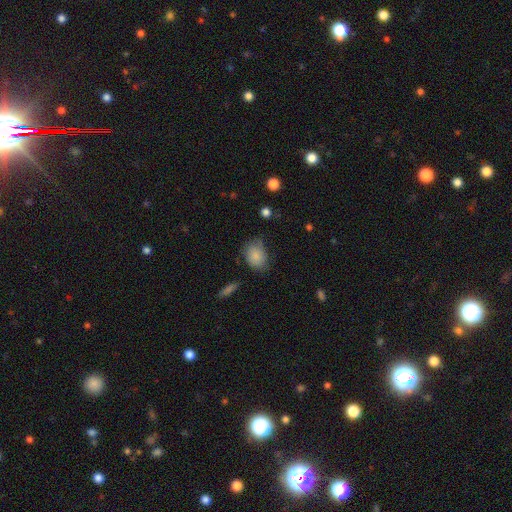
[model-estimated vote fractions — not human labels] Smooth or featured: smooth — 85% (star or artifact — 8%)
How rounded: in between — 64% (round — 35%)
Merging: none — 61% (minor disturbance — 30%)